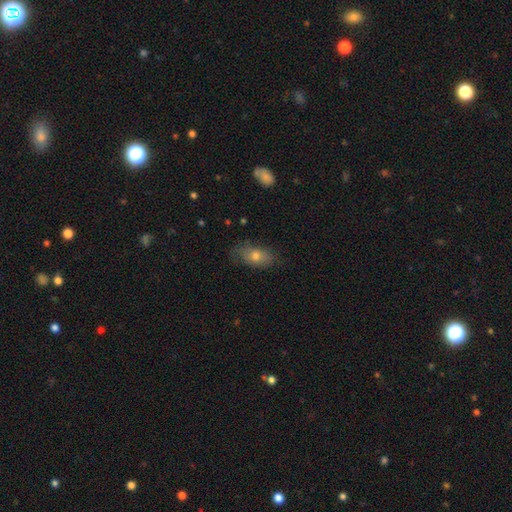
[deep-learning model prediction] The model was most divided on "smooth or featured": smooth: 66%, featured or disk: 24%, star or artifact: 9%. More confident: how rounded — in between (84%); merging — none (70%).